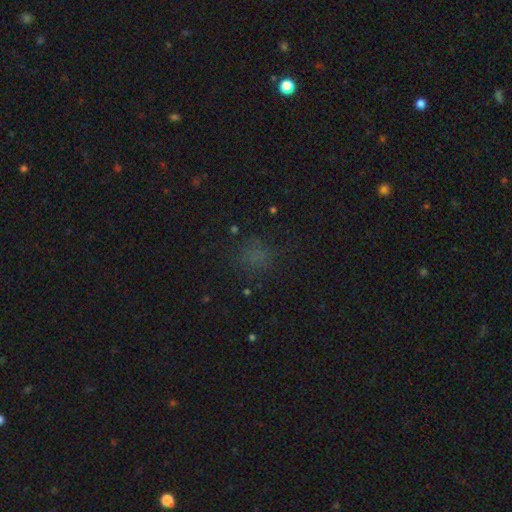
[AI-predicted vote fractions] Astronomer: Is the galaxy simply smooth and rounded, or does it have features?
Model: smooth — 58%.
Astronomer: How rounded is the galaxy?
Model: round — 79%.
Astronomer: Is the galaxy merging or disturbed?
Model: none — 74%.